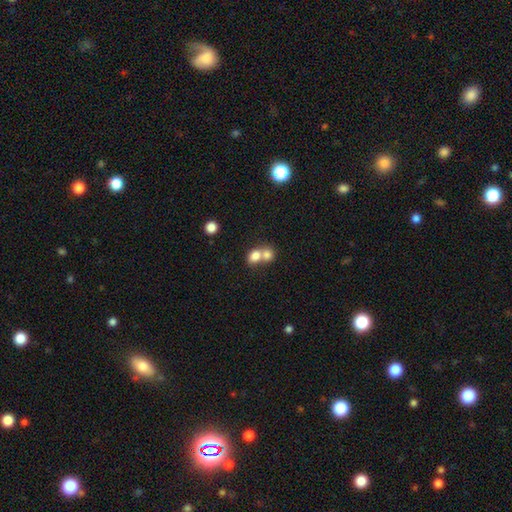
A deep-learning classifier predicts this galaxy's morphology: smooth-or-featured: smooth: 77% | featured or disk: 13% | star or artifact: 10%
  how-rounded: round: 51% | in between: 48% | cigar-shaped: 1%
  merging: merger: 67% | none: 24% | minor disturbance: 5% | major disturbance: 3%